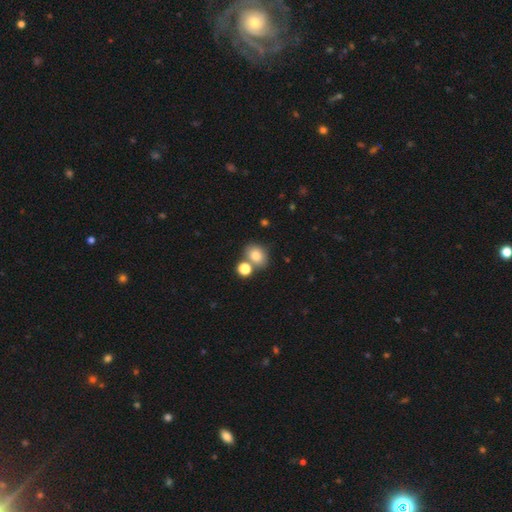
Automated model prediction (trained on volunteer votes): Overall: smooth (79%). How rounded: round (52%; in between 47%). Merging: none (63%; merger 23%).